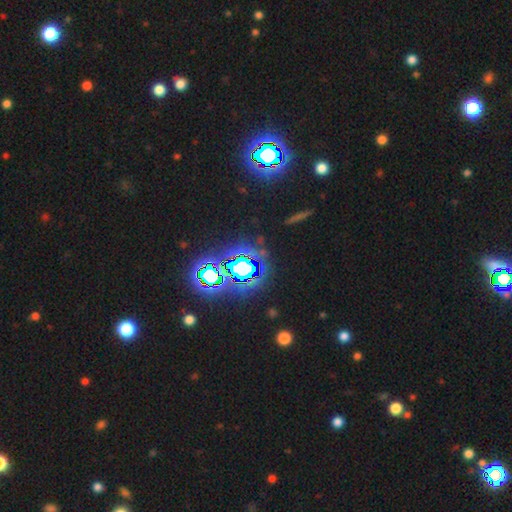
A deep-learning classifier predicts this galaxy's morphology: smooth-or-featured: star or artifact: 81% | smooth: 12% | featured or disk: 7%